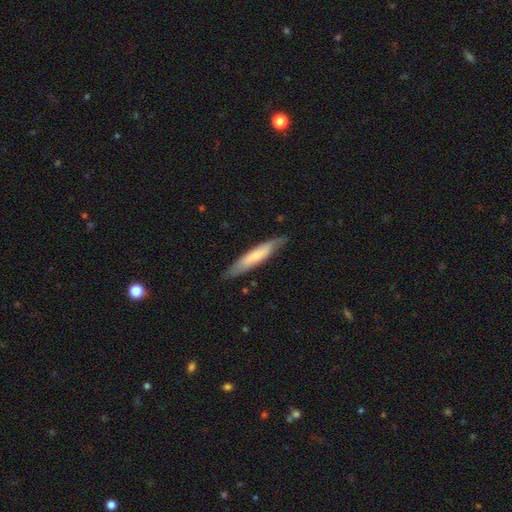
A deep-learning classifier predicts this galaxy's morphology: Q: Smooth or featured?
A: smooth (62%); runner-up: featured or disk (33%)
Q: How rounded?
A: cigar-shaped (87%); runner-up: in between (11%)
Q: Merging?
A: none (83%); runner-up: minor disturbance (14%)